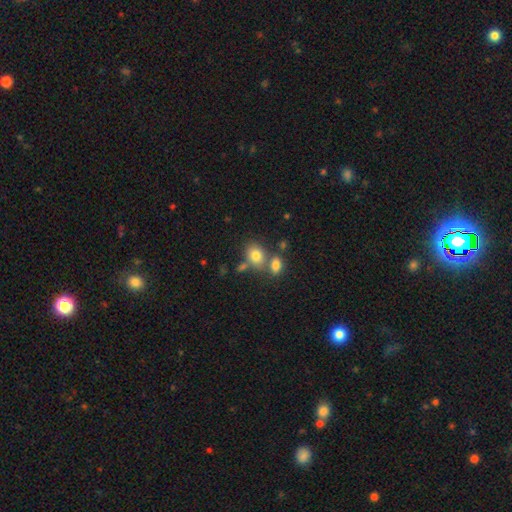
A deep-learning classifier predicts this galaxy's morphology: The model was most divided on "merging": none: 50%, merger: 34%, minor disturbance: 12%, major disturbance: 4%. More confident: smooth or featured — smooth (79%); how rounded — in between (59%).